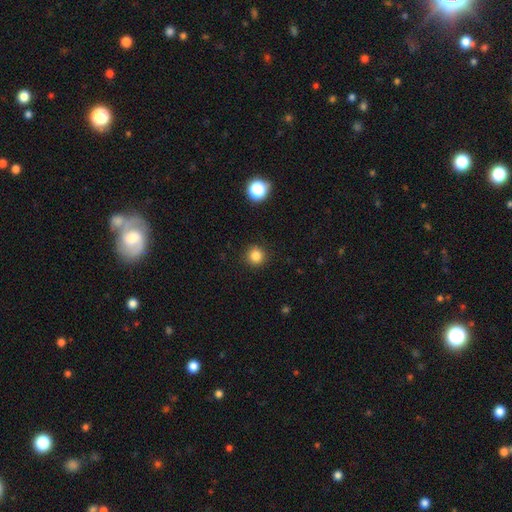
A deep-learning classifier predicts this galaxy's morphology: smooth-or-featured: smooth: 83% | star or artifact: 12% | featured or disk: 4%
  how-rounded: round: 94% | in between: 5% | cigar-shaped: 1%
  merging: none: 92% | minor disturbance: 5% | major disturbance: 2% | merger: 1%